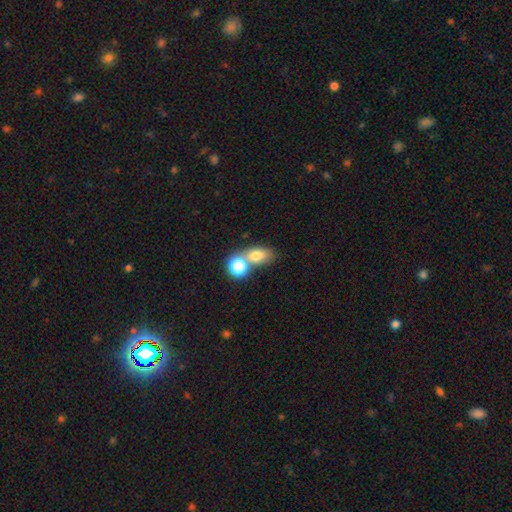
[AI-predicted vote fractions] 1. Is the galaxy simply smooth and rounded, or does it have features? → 73% smooth, 14% featured or disk, 13% star or artifact.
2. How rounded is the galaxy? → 65% in between, 31% round, 3% cigar-shaped.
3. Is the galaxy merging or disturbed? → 47% merger, 39% none, 9% minor disturbance, 5% major disturbance.